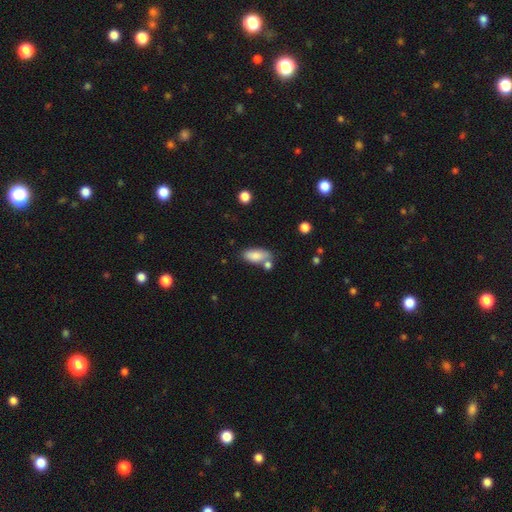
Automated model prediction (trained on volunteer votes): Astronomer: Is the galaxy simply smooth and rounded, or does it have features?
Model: smooth — 84%.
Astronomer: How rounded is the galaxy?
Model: in between — 84%.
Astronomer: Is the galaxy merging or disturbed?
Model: none — 55%.